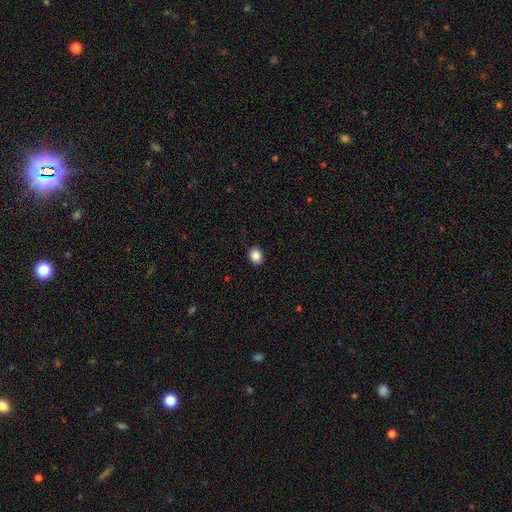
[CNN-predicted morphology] This is clearly a smooth galaxy (87%). How rounded: possibly round (56%). Merging: clearly none (91%).